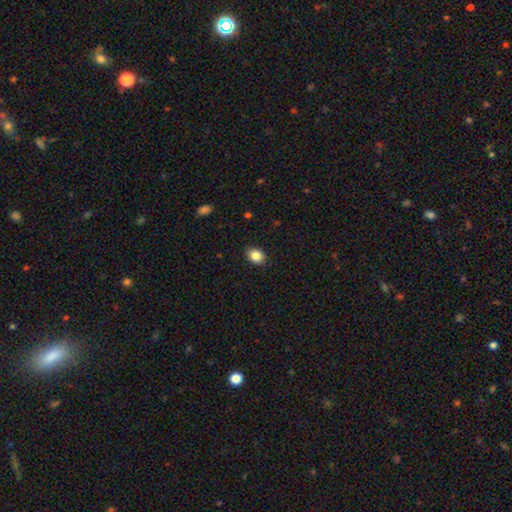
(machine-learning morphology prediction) Smooth or featured? Predicted: smooth (p=0.86). How rounded? Predicted: in between (p=0.61). Merging? Predicted: none (p=0.89).